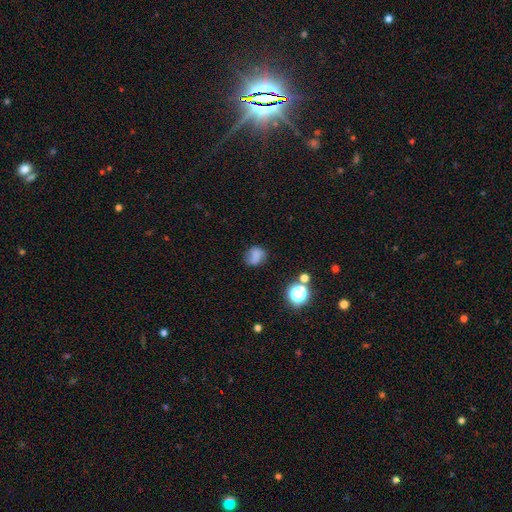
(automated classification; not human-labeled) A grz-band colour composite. It shows a smooth galaxy with no disk features (66%) that is round (62%). Merging: none (62%).